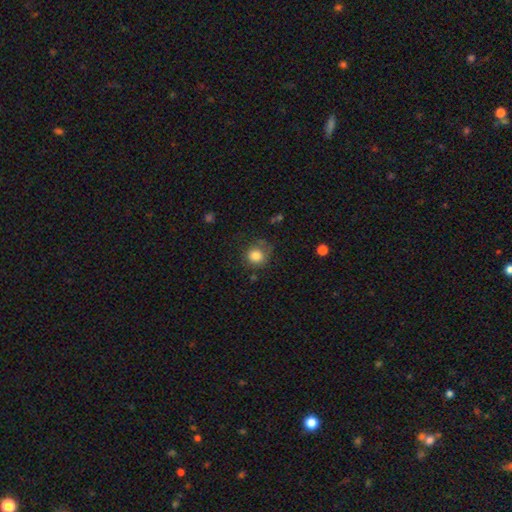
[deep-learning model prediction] smooth_or_featured: smooth (p=0.83) [alt: star or artifact p=0.10]
how_rounded: round (p=0.87) [alt: in between p=0.12]
merging: none (p=0.67) [alt: minor disturbance p=0.21]